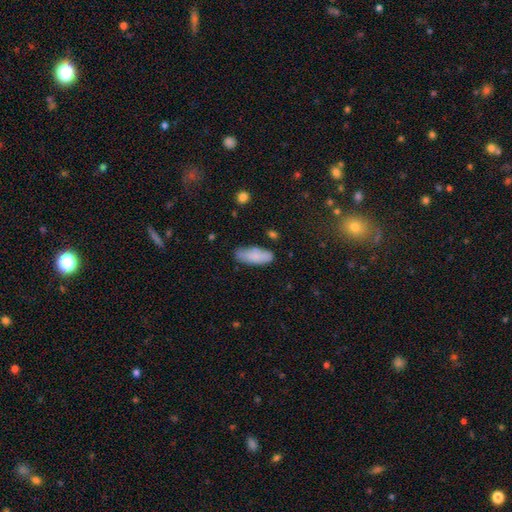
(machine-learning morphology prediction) type=smooth (82%); roundness=in between (74%); merging=none (70%).